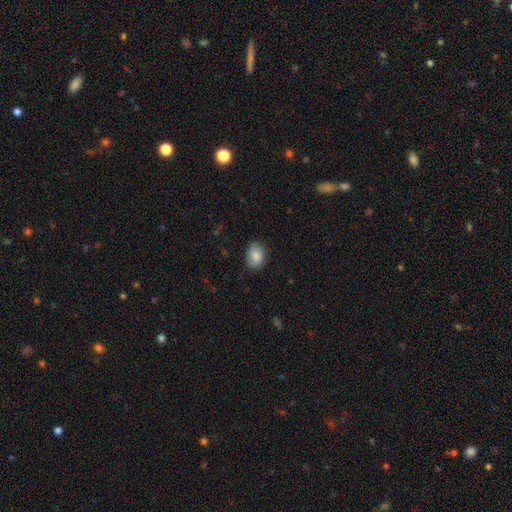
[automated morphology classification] smooth_or_featured: smooth (p=0.87) [alt: star or artifact p=0.07]
how_rounded: in between (p=0.77) [alt: round p=0.22]
merging: none (p=0.82) [alt: minor disturbance p=0.15]